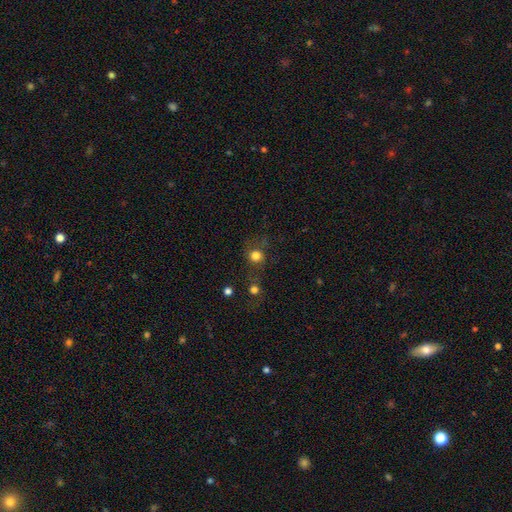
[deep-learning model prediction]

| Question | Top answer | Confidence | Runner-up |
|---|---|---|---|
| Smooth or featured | smooth | 73% | star or artifact (18%) |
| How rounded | round | 88% | in between (11%) |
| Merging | none | 62% | merger (14%) |